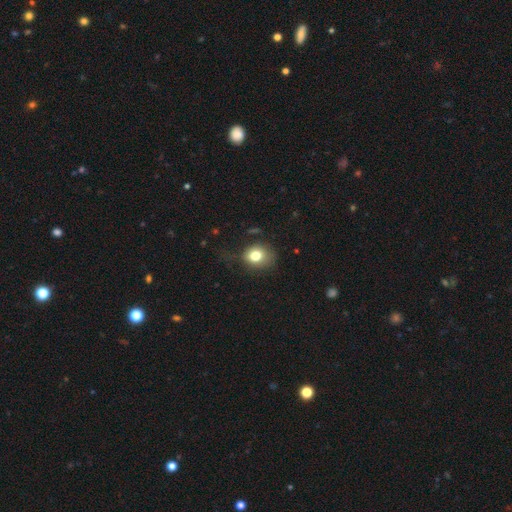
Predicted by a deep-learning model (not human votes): Smooth or featured? Predicted: smooth (p=0.77). How rounded? Predicted: round (p=0.64). Merging? Predicted: none (p=0.64).